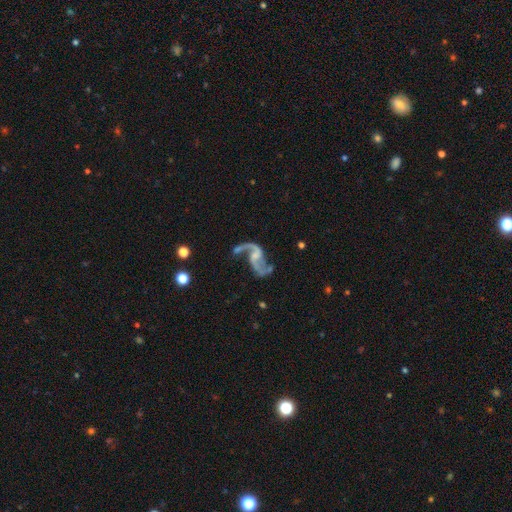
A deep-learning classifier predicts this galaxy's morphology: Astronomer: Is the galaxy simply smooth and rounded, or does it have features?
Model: featured or disk — 90%.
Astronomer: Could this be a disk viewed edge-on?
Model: no — 98%.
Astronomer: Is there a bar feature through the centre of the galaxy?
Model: no — 44% (runner-up: weak, 42%).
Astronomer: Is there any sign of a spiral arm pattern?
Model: yes — 96%.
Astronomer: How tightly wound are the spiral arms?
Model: loose — 81%.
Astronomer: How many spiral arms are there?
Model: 2 — 91%.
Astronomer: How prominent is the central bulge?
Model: small — 44% (runner-up: none, 34%).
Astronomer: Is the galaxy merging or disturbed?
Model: none — 53%.